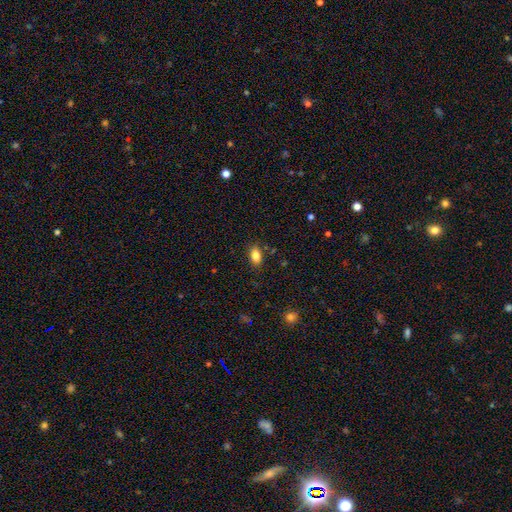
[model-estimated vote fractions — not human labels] Smooth or featured?
  - smooth: 85% *
  - star or artifact: 9%
  - featured or disk: 6%
How rounded?
  - in between: 89% *
  - round: 7%
  - cigar-shaped: 4%
Merging?
  - none: 85% *
  - minor disturbance: 11%
  - major disturbance: 3%
  - merger: 2%